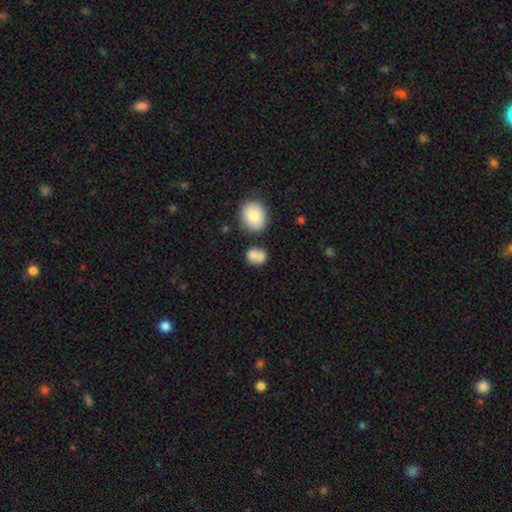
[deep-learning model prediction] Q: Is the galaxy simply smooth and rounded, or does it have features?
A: smooth — 76%.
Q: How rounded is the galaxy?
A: round — 66%.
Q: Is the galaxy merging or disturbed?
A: merger — 45%.